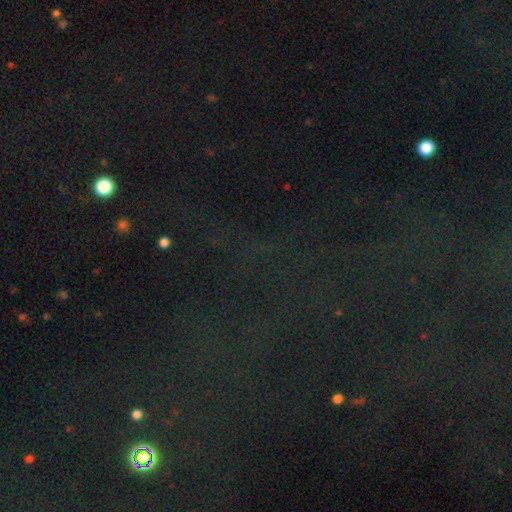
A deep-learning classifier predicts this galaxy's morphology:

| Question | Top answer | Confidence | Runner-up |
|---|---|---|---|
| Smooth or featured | star or artifact | 80% | smooth (12%) |